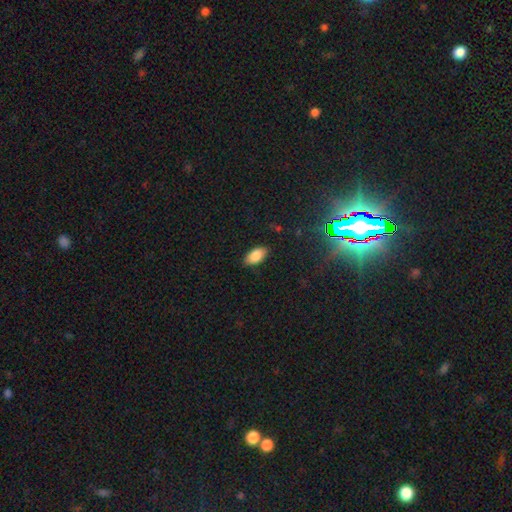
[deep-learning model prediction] Morphology: type=smooth (85%); roundness=in between (94%); merging=none (85%).